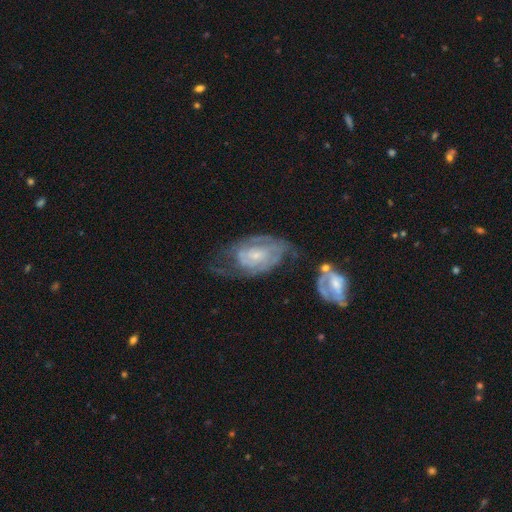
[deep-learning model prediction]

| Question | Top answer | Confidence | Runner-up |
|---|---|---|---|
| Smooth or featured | featured or disk | 75% | smooth (18%) |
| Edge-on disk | no | 96% | yes (4%) |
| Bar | no | 62% | weak (32%) |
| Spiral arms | yes | 85% | no (15%) |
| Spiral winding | tight | 58% | medium (30%) |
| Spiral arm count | can't tell | 47% | 2 (29%) |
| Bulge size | small | 69% | moderate (22%) |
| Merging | none | 36% | major disturbance (26%) |